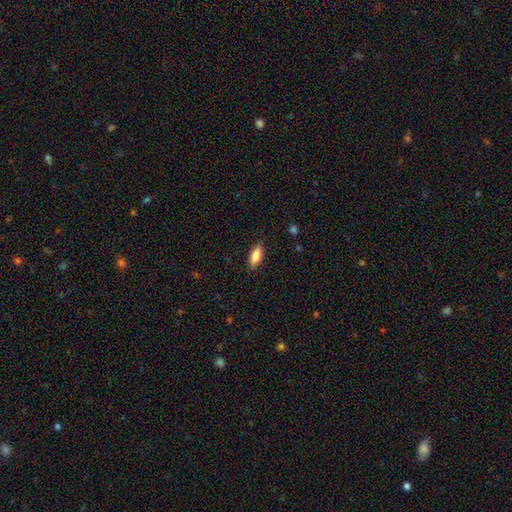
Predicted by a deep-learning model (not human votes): Smooth or featured: smooth — 79% (featured or disk — 15%)
How rounded: in between — 70% (cigar-shaped — 27%)
Merging: none — 87% (minor disturbance — 10%)